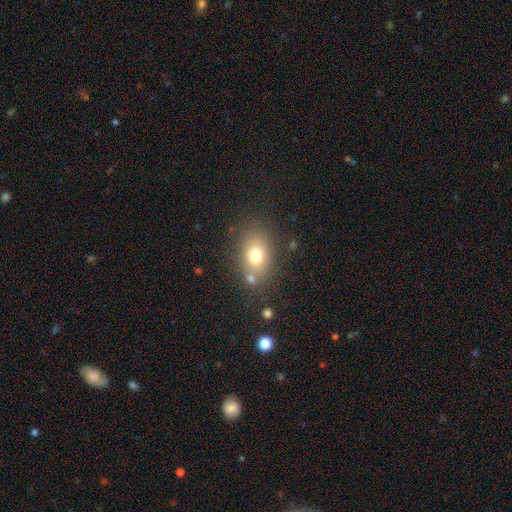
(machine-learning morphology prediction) A smooth galaxy with no disk features (74%) that is in between round and cigar-shaped (72%). Merging: none (71%).